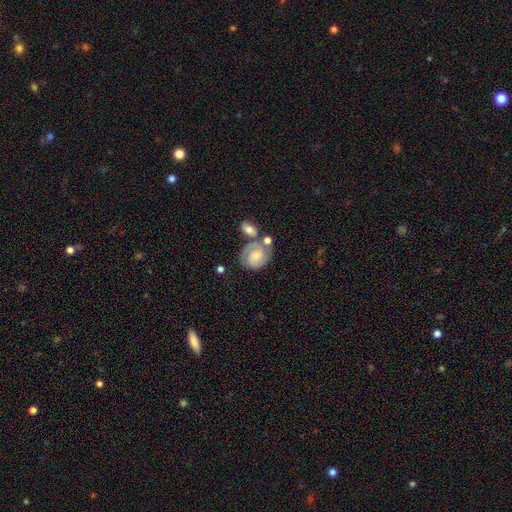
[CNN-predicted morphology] Smooth or featured: featured or disk — 61% (smooth — 32%)
Edge-on disk: no — 97% (yes — 3%)
Bar: no — 67% (weak — 27%)
Spiral arms: yes — 88% (no — 12%)
Spiral winding: tight — 55% (medium — 34%)
Spiral arm count: 2 — 71% (can't tell — 14%)
Bulge size: small — 42% (moderate — 35%)
Merging: none — 48% (merger — 23%)